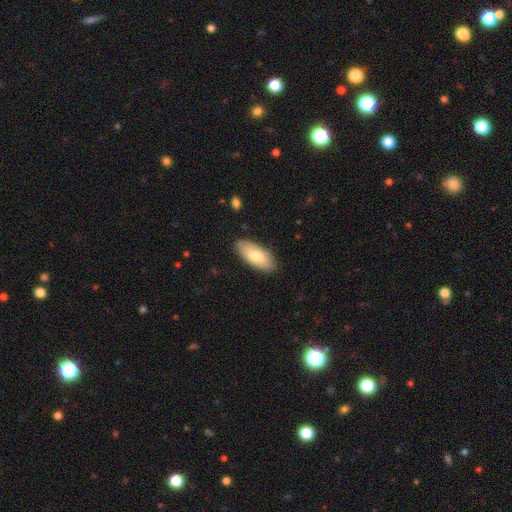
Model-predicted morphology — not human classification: This is likely a smooth galaxy (74%). How rounded: clearly in between (88%). Merging: clearly none (87%).